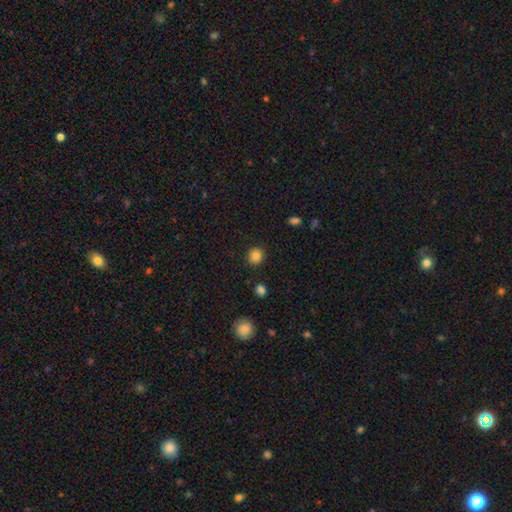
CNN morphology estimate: Overall: smooth (85%). How rounded: round (88%). Merging: none (90%).